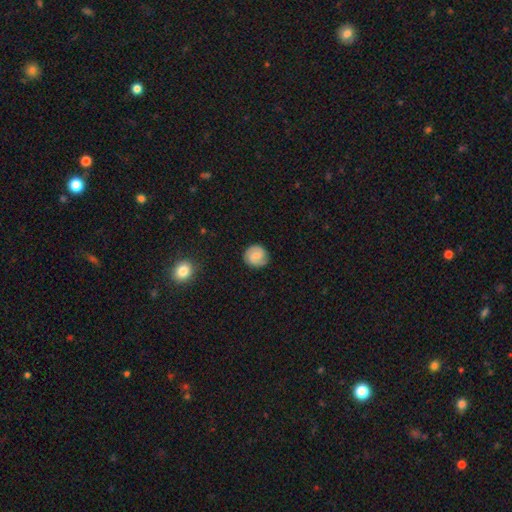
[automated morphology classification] Smooth or featured?
  - featured or disk: 60% *
  - smooth: 33%
  - star or artifact: 7%
Edge-on disk?
  - no: 98% *
  - yes: 2%
Bar?
  - weak: 54% *
  - no: 33%
  - strong: 13%
Spiral arms?
  - yes: 93% *
  - no: 7%
Spiral winding?
  - tight: 47% *
  - medium: 42%
  - loose: 12%
Spiral arm count?
  - 2: 86% *
  - can't tell: 7%
  - 1: 3%
  - 3: 2%
  - 4: 1%
  - more than 4: 1%
Bulge size?
  - small: 46% *
  - moderate: 33%
  - none: 17%
  - large: 3%
  - dominant: 1%
Merging?
  - none: 86% *
  - minor disturbance: 10%
  - major disturbance: 3%
  - merger: 1%